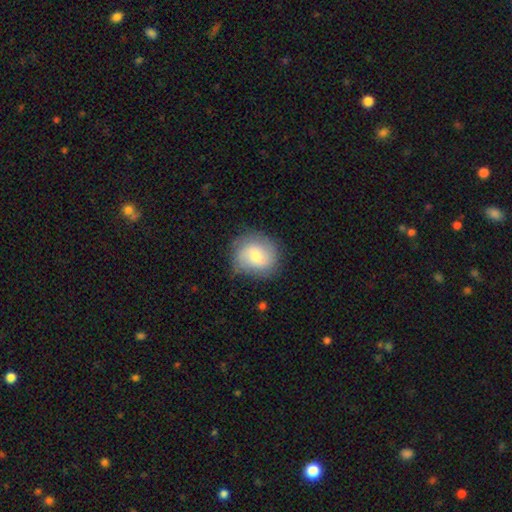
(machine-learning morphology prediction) Smooth or featured? smooth (54%)
How rounded? round (82%)
Merging? none (77%)